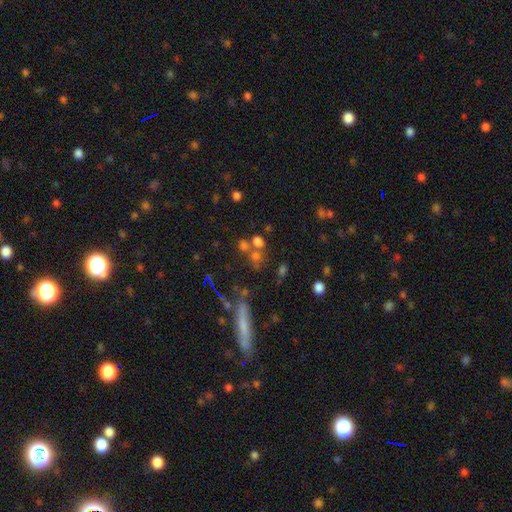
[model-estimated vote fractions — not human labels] The model was most divided on "merging": none: 52%, merger: 33%, minor disturbance: 10%, major disturbance: 5%. More confident: how rounded — round (71%); smooth or featured — smooth (56%).